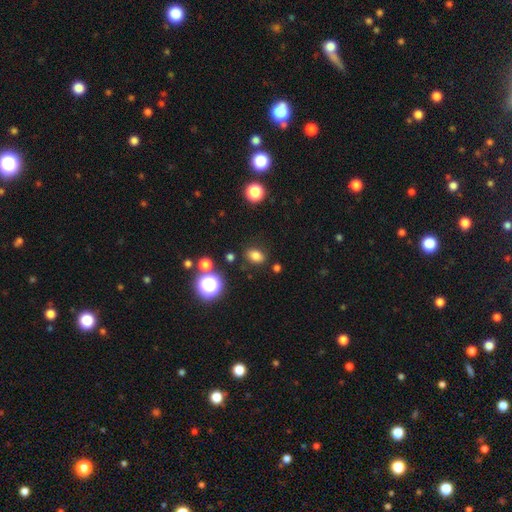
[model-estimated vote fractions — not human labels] smooth-or-featured: smooth: 78% | star or artifact: 16% | featured or disk: 6%
  how-rounded: in between: 72% | round: 26% | cigar-shaped: 1%
  merging: none: 83% | minor disturbance: 10% | major disturbance: 3% | merger: 3%